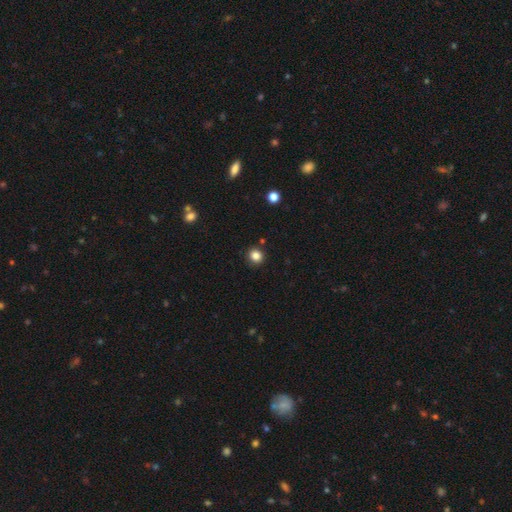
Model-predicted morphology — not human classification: type=smooth (84%); roundness=round (88%); merging=none (89%).